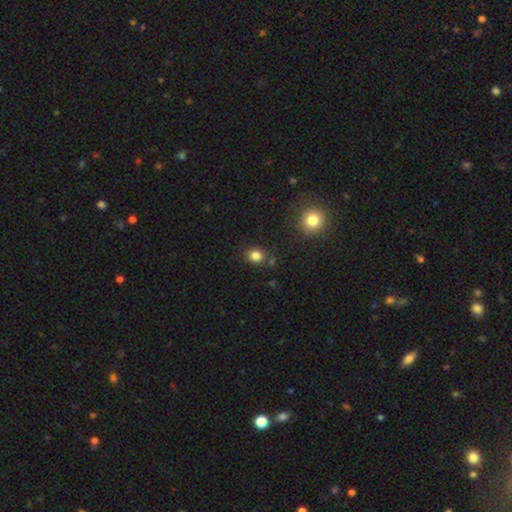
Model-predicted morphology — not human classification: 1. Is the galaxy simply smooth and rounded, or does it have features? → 82% smooth, 12% star or artifact, 5% featured or disk.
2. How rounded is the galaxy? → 67% round, 32% in between, 1% cigar-shaped.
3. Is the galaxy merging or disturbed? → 81% none, 11% minor disturbance, 4% merger, 3% major disturbance.